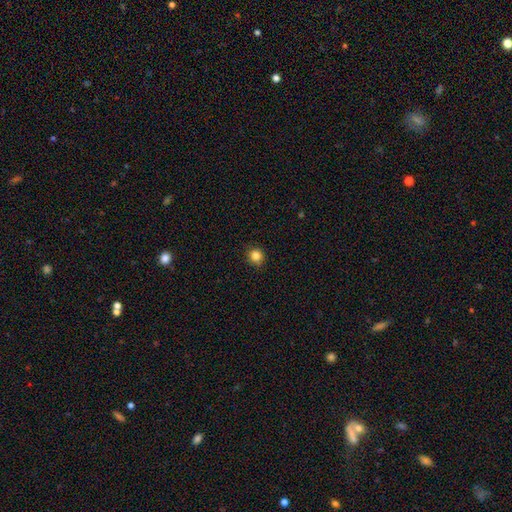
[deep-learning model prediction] Smooth or featured? smooth (83%)
How rounded? round (91%)
Merging? none (89%)